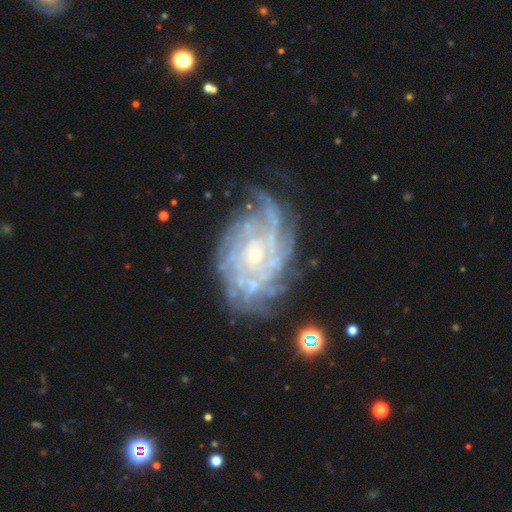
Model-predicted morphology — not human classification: The model was most divided on "spiral arm count": can't tell: 39%, more than 4: 17%, 4: 17%, 3: 11%, 2: 10%, 1: 7%. More confident: edge-on disk — no (97%); spiral arms — yes (94%); smooth or featured — featured or disk (87%); bulge size — small (74%); bar — no (73%); spiral winding — tight (68%); merging — none (64%).